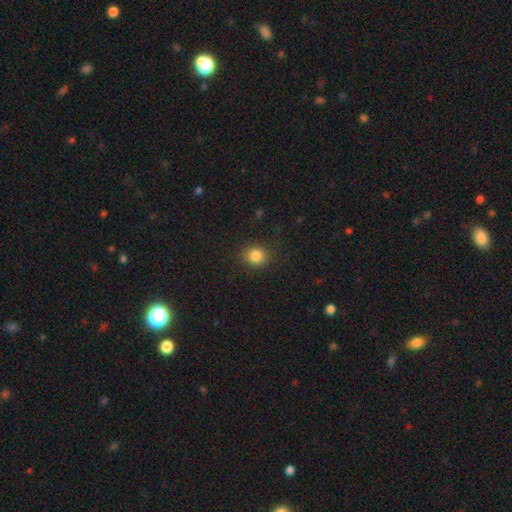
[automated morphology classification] Smooth or featured? smooth (84%)
How rounded? round (80%)
Merging? none (88%)